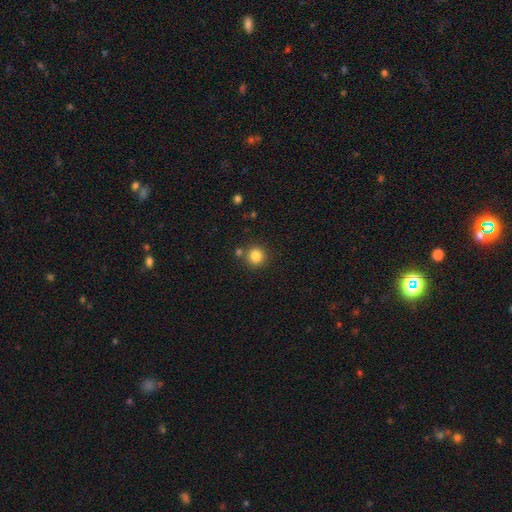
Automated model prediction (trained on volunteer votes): Q: Smooth or featured?
A: smooth (84%); runner-up: star or artifact (11%)
Q: How rounded?
A: round (92%); runner-up: in between (7%)
Q: Merging?
A: none (80%); runner-up: merger (9%)